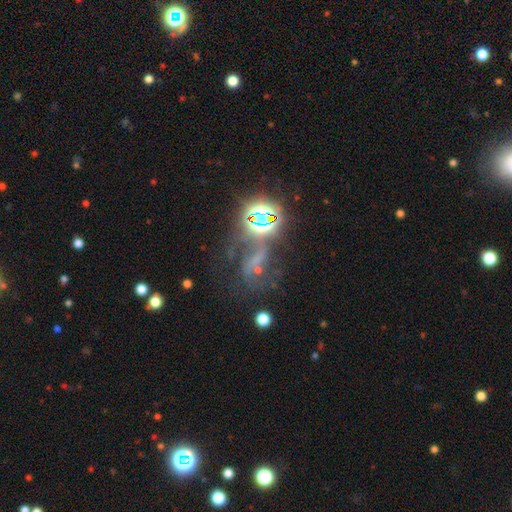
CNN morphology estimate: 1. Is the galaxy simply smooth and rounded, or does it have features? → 57% star or artifact, 29% featured or disk, 14% smooth.